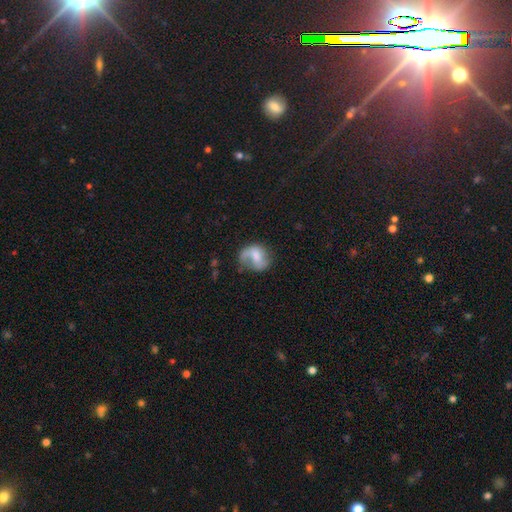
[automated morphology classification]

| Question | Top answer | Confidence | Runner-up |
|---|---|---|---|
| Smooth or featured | featured or disk | 51% | smooth (40%) |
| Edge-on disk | no | 97% | yes (3%) |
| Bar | no | 48% | weak (40%) |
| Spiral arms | yes | 74% | no (26%) |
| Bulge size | moderate | 35% | small (25%) |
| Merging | none | 43% | major disturbance (26%) |